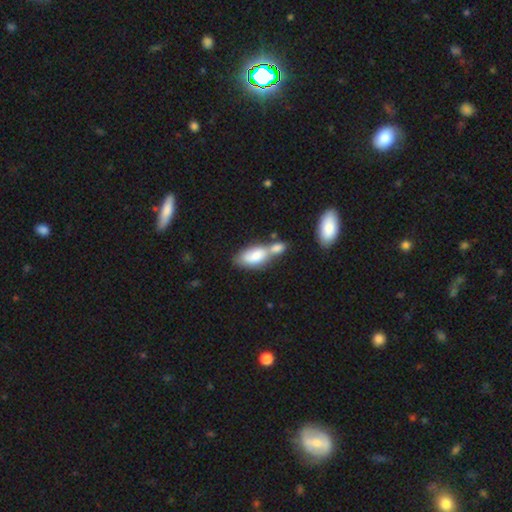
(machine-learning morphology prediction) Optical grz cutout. It shows a smooth galaxy with no disk features (76%) that is in between round and cigar-shaped (88%). Merging: merger (61%).